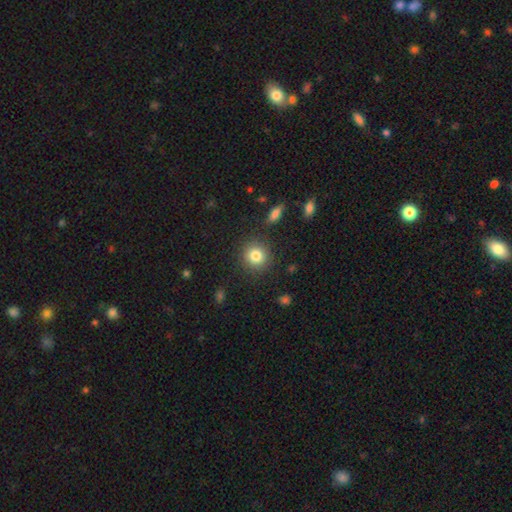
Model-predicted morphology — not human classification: A smooth galaxy with no disk features (82%) that is round (90%). Merging: none (88%).